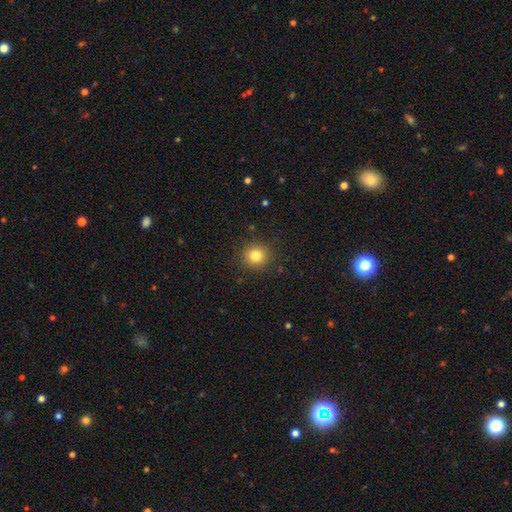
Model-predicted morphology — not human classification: type=smooth (82%); roundness=round (91%); merging=none (89%).